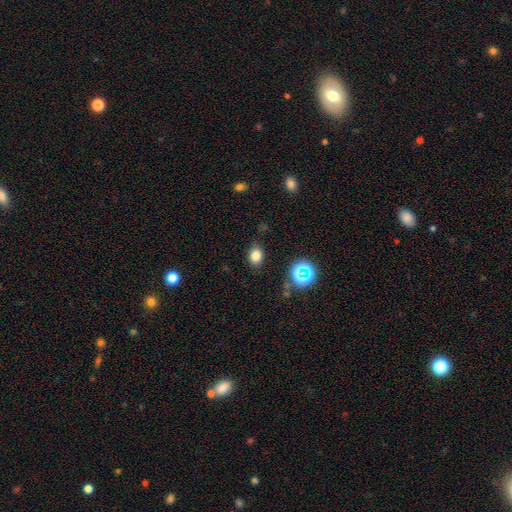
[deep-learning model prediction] A smooth galaxy with no disk features (78%) that is in between round and cigar-shaped (61%).

Vote fractions:
- Smooth or featured? smooth: 78% / star or artifact: 15% / featured or disk: 7%
- How rounded? in between: 61% / round: 38% / cigar-shaped: 1%
- Merging? none: 83% / minor disturbance: 12% / major disturbance: 3% / merger: 2%